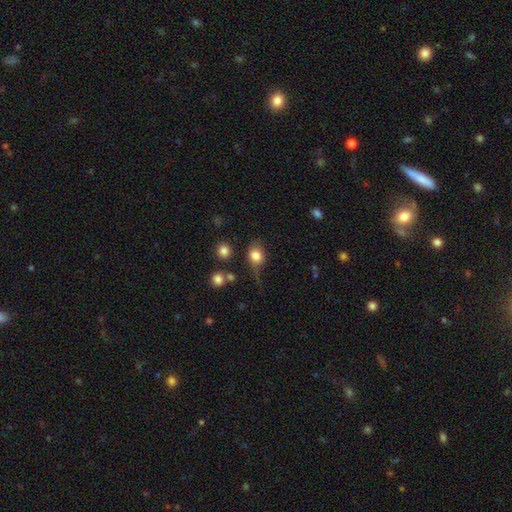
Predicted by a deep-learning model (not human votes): Smooth or featured?
  - smooth: 79% *
  - featured or disk: 11%
  - star or artifact: 10%
How rounded?
  - round: 54% *
  - in between: 44%
  - cigar-shaped: 2%
Merging?
  - none: 52% *
  - minor disturbance: 28%
  - major disturbance: 14%
  - merger: 6%